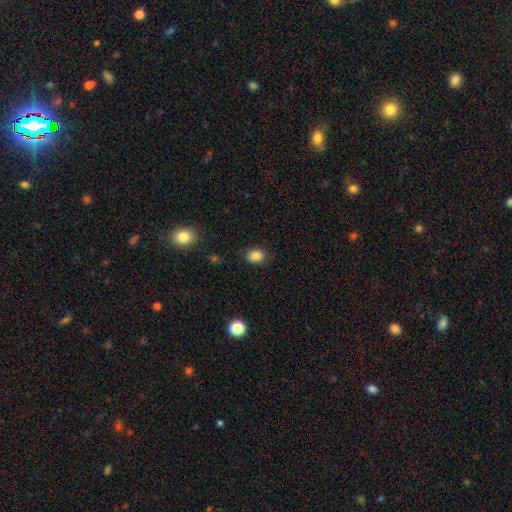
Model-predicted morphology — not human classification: A smooth galaxy with no disk features (85%) that is in between round and cigar-shaped (58%).

Vote fractions:
- Smooth or featured? smooth: 85% / star or artifact: 10% / featured or disk: 5%
- How rounded? in between: 58% / round: 41% / cigar-shaped: 1%
- Merging? none: 86% / minor disturbance: 11% / major disturbance: 3% / merger: 1%